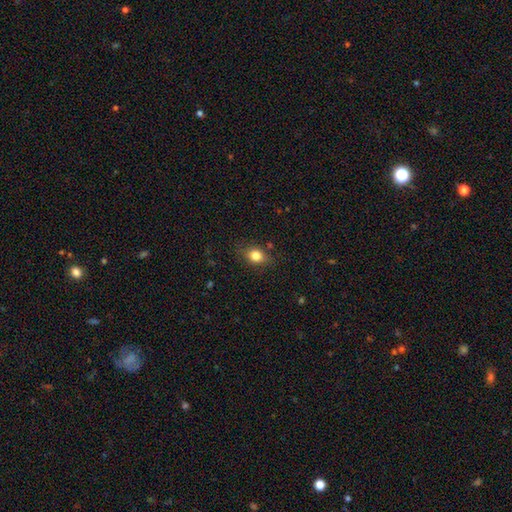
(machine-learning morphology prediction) Smooth or featured? Predicted: smooth (p=0.81). How rounded? Predicted: in between (p=0.59). Merging? Predicted: none (p=0.80).